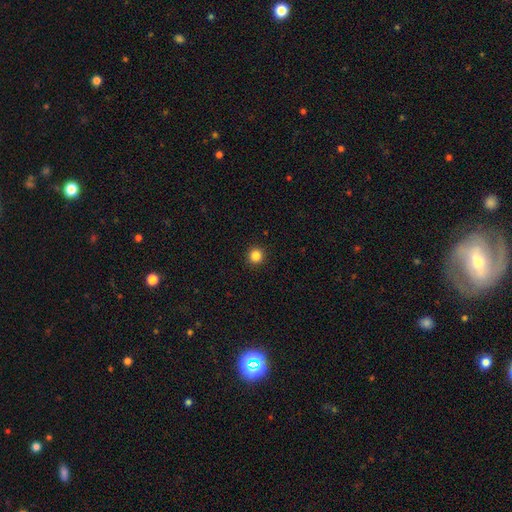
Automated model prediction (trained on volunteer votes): Smooth or featured?
  - smooth: 85% *
  - star or artifact: 11%
  - featured or disk: 3%
How rounded?
  - round: 95% *
  - in between: 4%
  - cigar-shaped: 1%
Merging?
  - none: 93% *
  - minor disturbance: 4%
  - major disturbance: 2%
  - merger: 1%